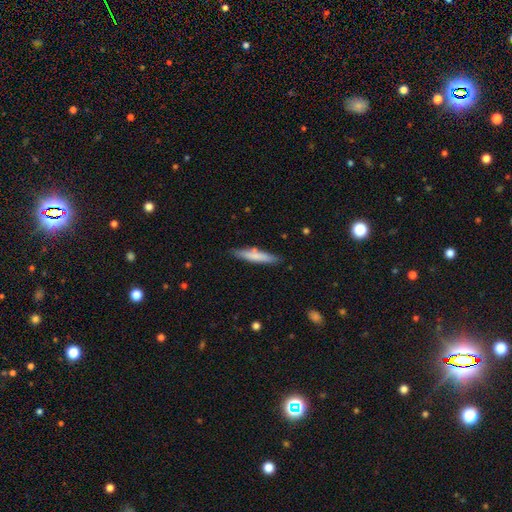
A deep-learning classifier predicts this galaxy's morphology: Overall: smooth (73%). How rounded: cigar-shaped (89%). Merging: none (83%).